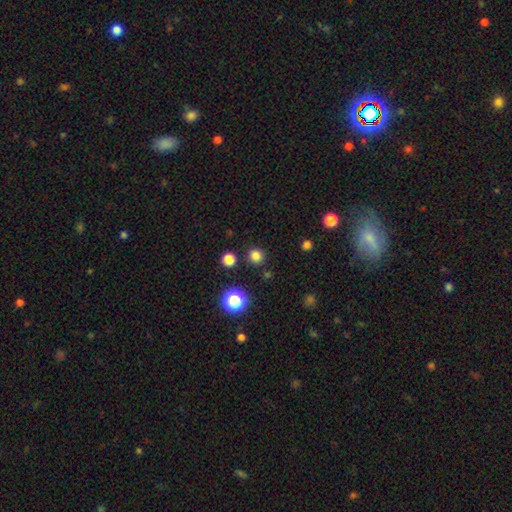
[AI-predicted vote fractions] Morphology: type=smooth (80%); roundness=round (94%); merging=none (90%).